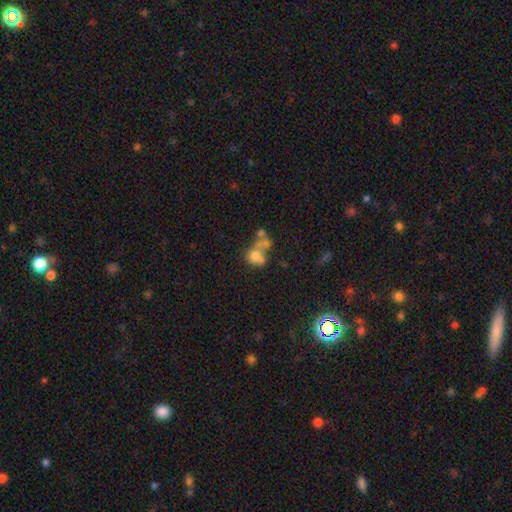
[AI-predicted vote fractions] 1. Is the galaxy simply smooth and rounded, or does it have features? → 61% smooth, 24% featured or disk, 14% star or artifact.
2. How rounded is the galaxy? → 68% round, 31% in between, 1% cigar-shaped.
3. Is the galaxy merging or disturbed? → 54% merger, 26% none, 11% major disturbance, 9% minor disturbance.